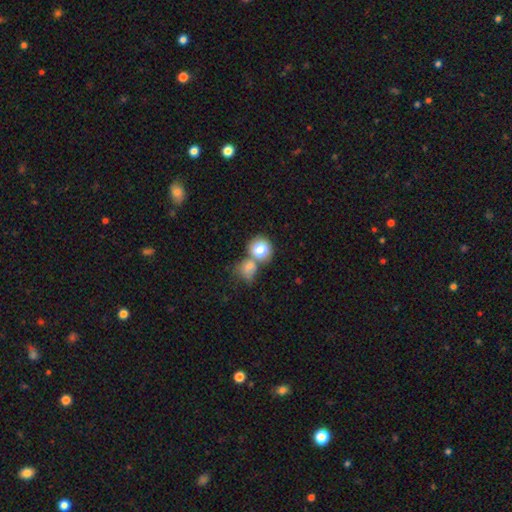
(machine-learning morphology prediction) smooth_or_featured: smooth (p=0.62) [alt: star or artifact p=0.25]
how_rounded: round (p=0.83) [alt: in between p=0.15]
merging: none (p=0.56) [alt: merger p=0.31]